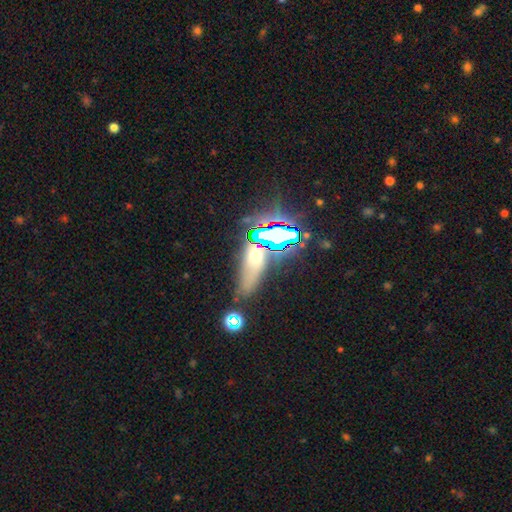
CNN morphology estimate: smooth-or-featured: smooth: 42% | star or artifact: 38% | featured or disk: 20%
  merging: none: 67% | minor disturbance: 17% | major disturbance: 8% | merger: 8%